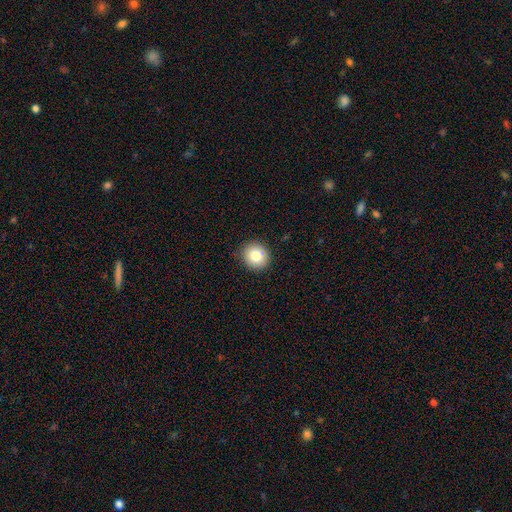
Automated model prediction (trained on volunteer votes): Morphology: type=smooth (83%); roundness=round (84%); merging=none (90%).